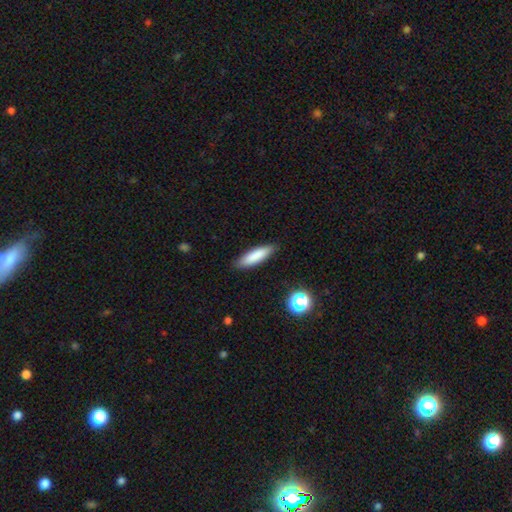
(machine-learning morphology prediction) A smooth galaxy with no disk features (83%) that is cigar-shaped (66%).

Vote fractions:
- Smooth or featured? smooth: 83% / featured or disk: 10% / star or artifact: 7%
- How rounded? cigar-shaped: 66% / in between: 32% / round: 2%
- Merging? none: 88% / minor disturbance: 9% / major disturbance: 2% / merger: 1%